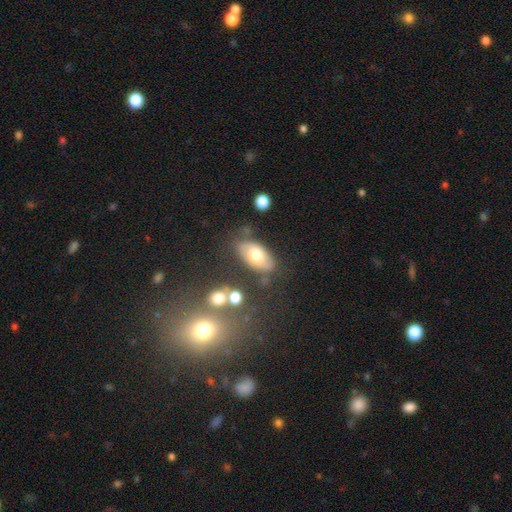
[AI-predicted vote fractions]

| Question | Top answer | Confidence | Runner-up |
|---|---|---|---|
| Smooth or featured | smooth | 68% | featured or disk (25%) |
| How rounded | in between | 92% | round (5%) |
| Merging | none | 72% | minor disturbance (16%) |